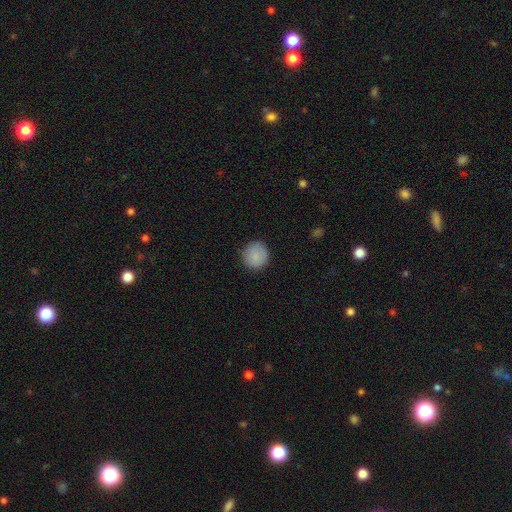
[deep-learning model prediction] Q: Smooth or featured?
A: smooth (87%); runner-up: star or artifact (7%)
Q: How rounded?
A: round (93%); runner-up: in between (6%)
Q: Merging?
A: none (88%); runner-up: minor disturbance (9%)